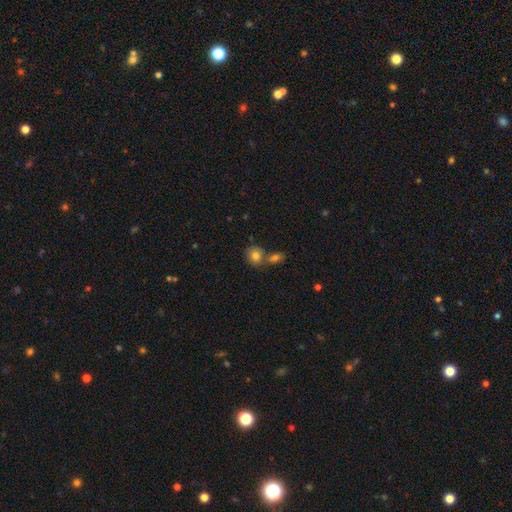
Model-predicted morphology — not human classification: This is clearly a smooth galaxy (80%). How rounded: likely round (73%). Merging: possibly none (49%).